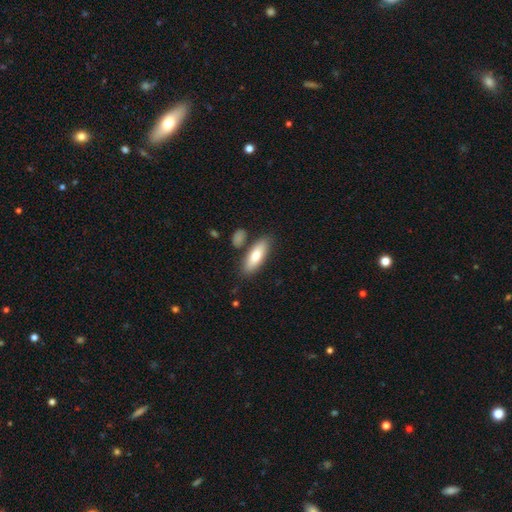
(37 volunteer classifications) Smooth or featured?
  - smooth: 68% *
  - featured or disk: 30%
  - star or artifact: 3%
How rounded?
  - cigar-shaped: 56% *
  - in between: 44%
  - round: 0%
Merging?
  - none: 81% *
  - merger: 11%
  - minor disturbance: 8%
  - major disturbance: 0%